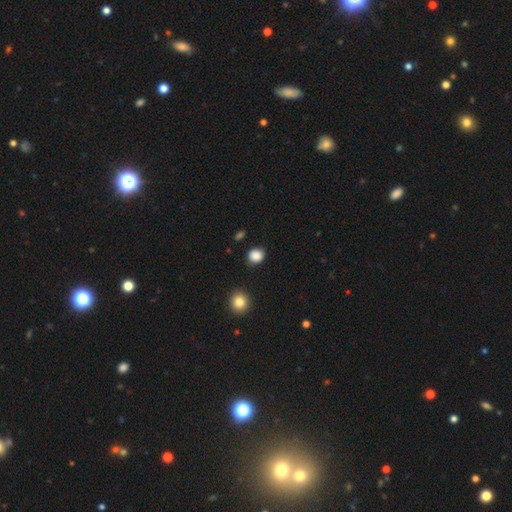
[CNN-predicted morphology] smooth-or-featured: smooth: 87% | star or artifact: 10% | featured or disk: 3%
  how-rounded: round: 77% | in between: 22% | cigar-shaped: 1%
  merging: none: 87% | minor disturbance: 9% | major disturbance: 2% | merger: 2%